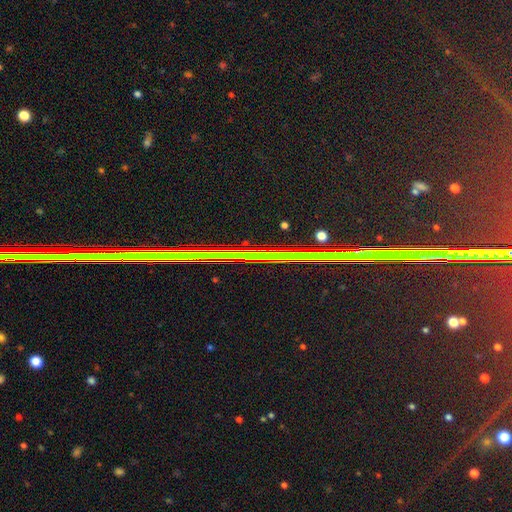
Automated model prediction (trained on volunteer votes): star or artifact 80%, featured or disk 12%, smooth 8%.